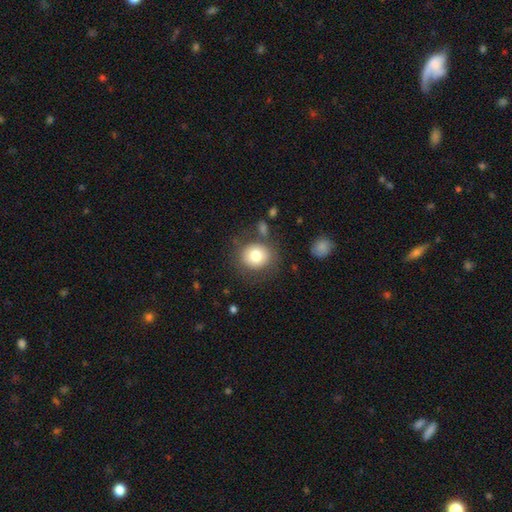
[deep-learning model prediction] Smooth or featured? Predicted: smooth (p=0.77). How rounded? Predicted: round (p=0.82). Merging? Predicted: none (p=0.77).